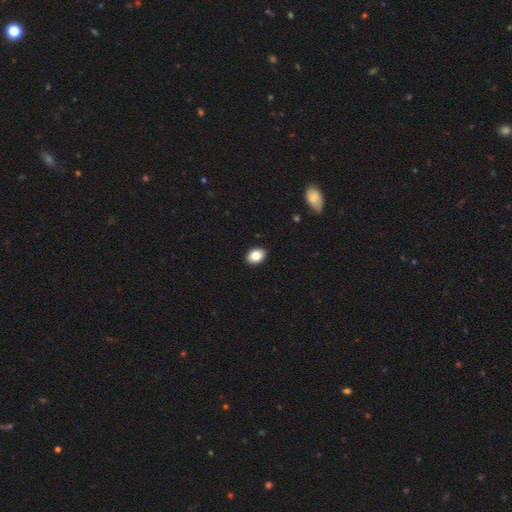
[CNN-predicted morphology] The model was most divided on "how rounded": in between: 77%, round: 22%, cigar-shaped: 1%. More confident: merging — none (91%); smooth or featured — smooth (85%).